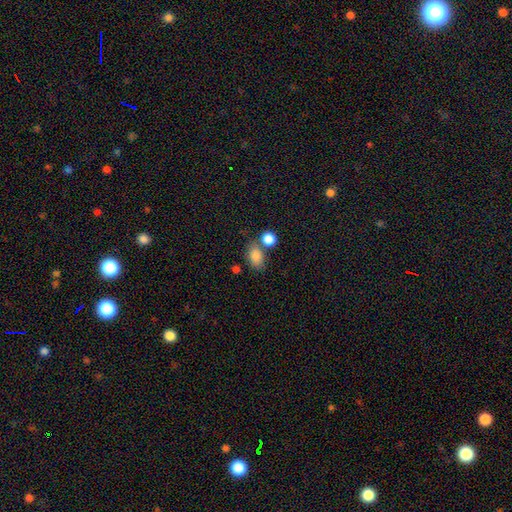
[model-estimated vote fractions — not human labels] Smooth or featured?
  - smooth: 85% *
  - star or artifact: 9%
  - featured or disk: 6%
How rounded?
  - in between: 79% *
  - round: 20%
  - cigar-shaped: 2%
Merging?
  - none: 58% *
  - merger: 23%
  - minor disturbance: 14%
  - major disturbance: 5%